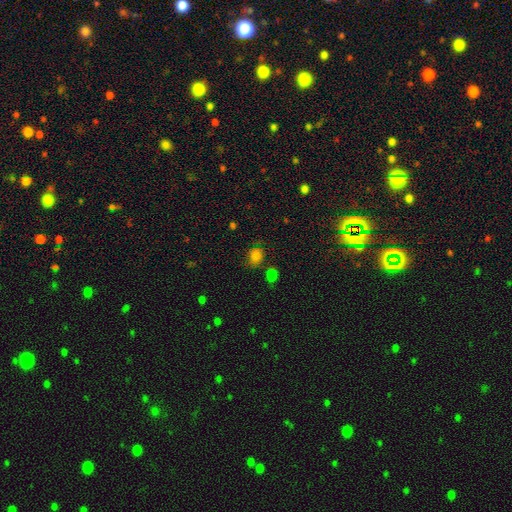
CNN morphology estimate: This is likely a smooth galaxy (78%). How rounded: possibly round (53%). Merging: likely none (70%).